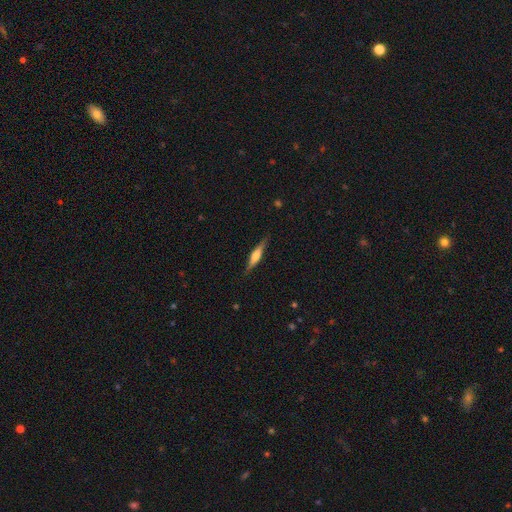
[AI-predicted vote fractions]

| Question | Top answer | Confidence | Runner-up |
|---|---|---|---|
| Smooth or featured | featured or disk | 57% | smooth (37%) |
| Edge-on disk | yes | 96% | no (4%) |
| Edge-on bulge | rounded | 74% | boxy (19%) |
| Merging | none | 86% | minor disturbance (11%) |